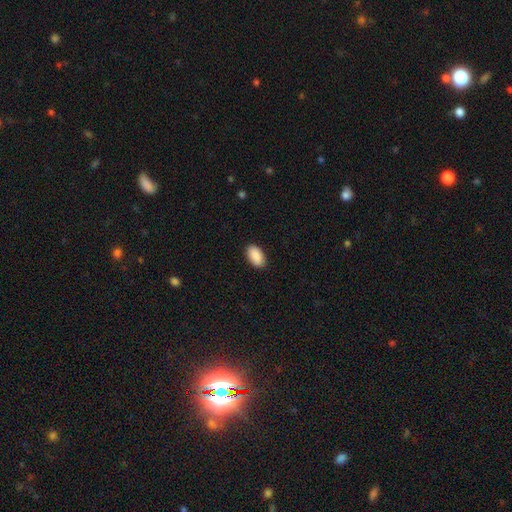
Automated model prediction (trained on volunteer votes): Q: Smooth or featured?
A: smooth (91%); runner-up: star or artifact (6%)
Q: How rounded?
A: in between (95%); runner-up: round (3%)
Q: Merging?
A: none (90%); runner-up: minor disturbance (7%)